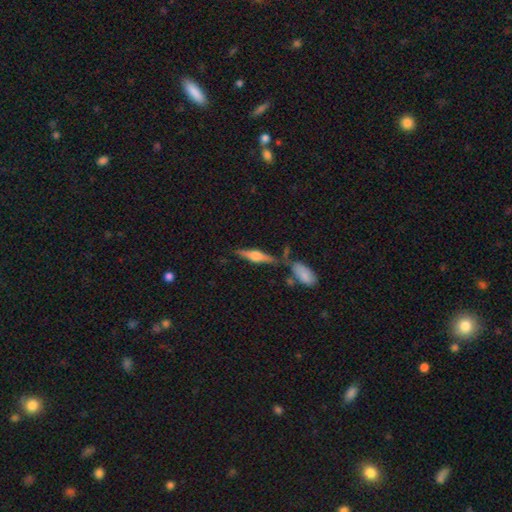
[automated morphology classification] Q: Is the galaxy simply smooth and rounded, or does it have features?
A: featured or disk — 65%.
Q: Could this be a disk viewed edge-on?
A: yes — 95%.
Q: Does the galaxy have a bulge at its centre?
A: rounded — 91%.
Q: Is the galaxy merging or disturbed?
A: none — 71%.